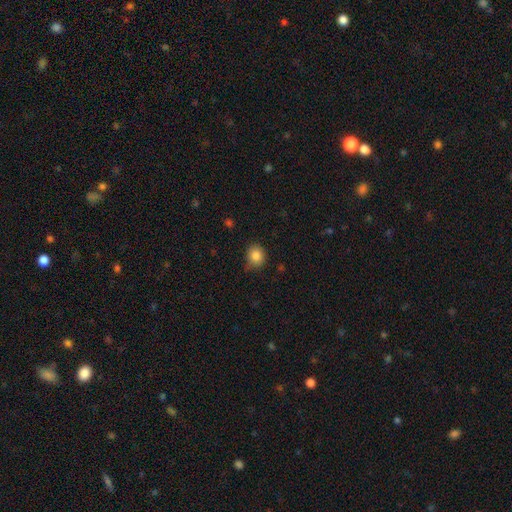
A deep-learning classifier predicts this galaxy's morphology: This appears to be a smooth galaxy with no disk features (85%) that is round (79%). Merging: none (74%).